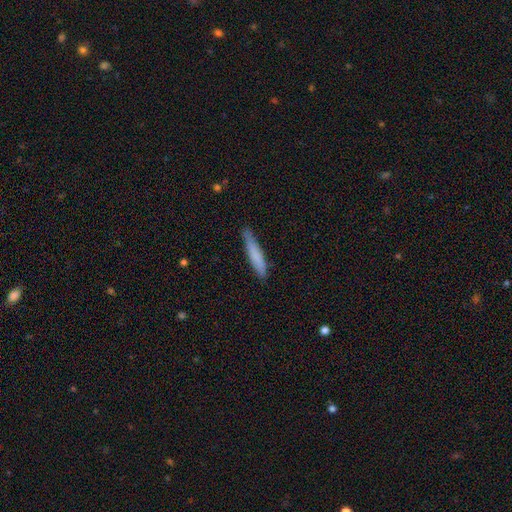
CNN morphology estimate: Smooth or featured? Predicted: smooth (p=0.74). How rounded? Predicted: cigar-shaped (p=0.92). Merging? Predicted: none (p=0.80).